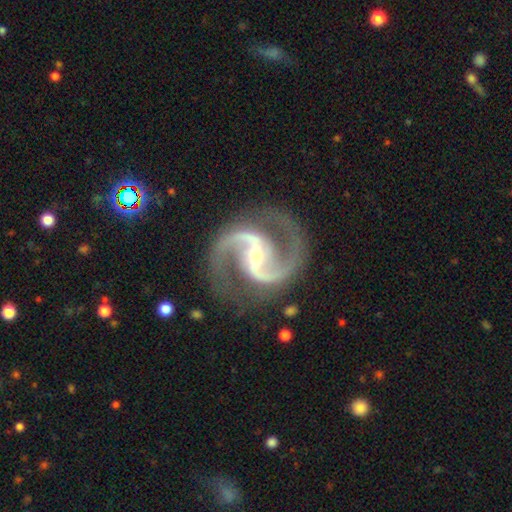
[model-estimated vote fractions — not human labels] Smooth or featured? Predicted: featured or disk (p=0.95). Edge-on disk? Predicted: no (p=0.99). Bar? Predicted: strong (p=0.46). Spiral arms? Predicted: yes (p=0.99). Spiral winding? Predicted: medium (p=0.67). Spiral arm count? Predicted: 2 (p=0.95). Bulge size? Predicted: small (p=0.48). Merging? Predicted: none (p=0.82).